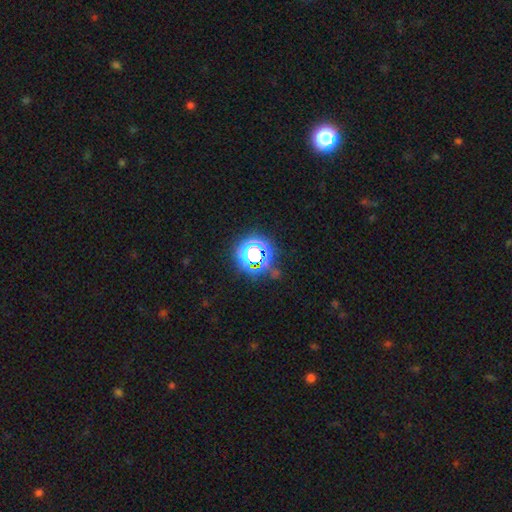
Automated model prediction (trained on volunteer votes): Smooth or featured?
  - star or artifact: 60% *
  - smooth: 27%
  - featured or disk: 12%